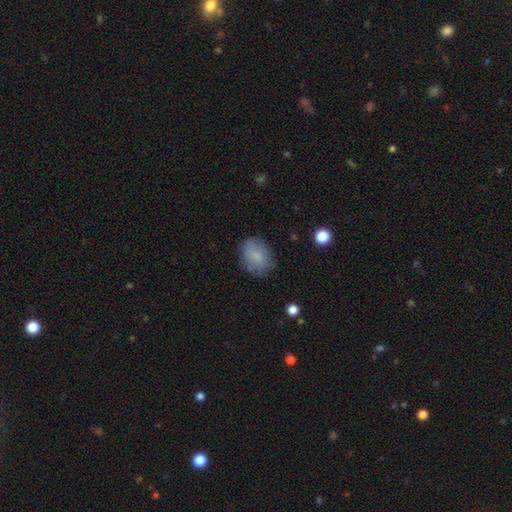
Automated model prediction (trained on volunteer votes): The model was most divided on "how rounded": in between: 65%, round: 34%, cigar-shaped: 1%. More confident: smooth or featured — smooth (80%); merging — none (74%).